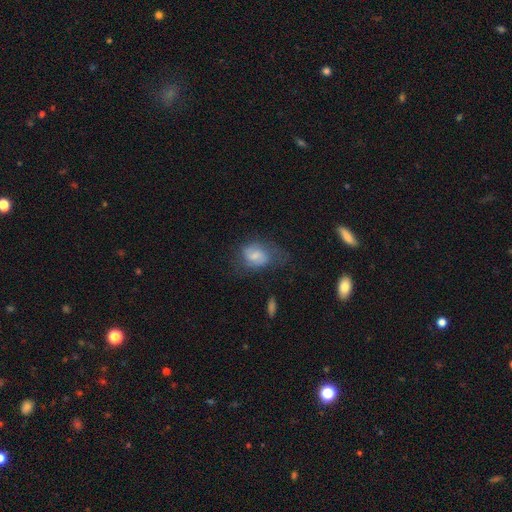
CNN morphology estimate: smooth 50%, featured or disk 41%, star or artifact 8%. Down the decision tree: how rounded — in between (63%); merging — none (41%).